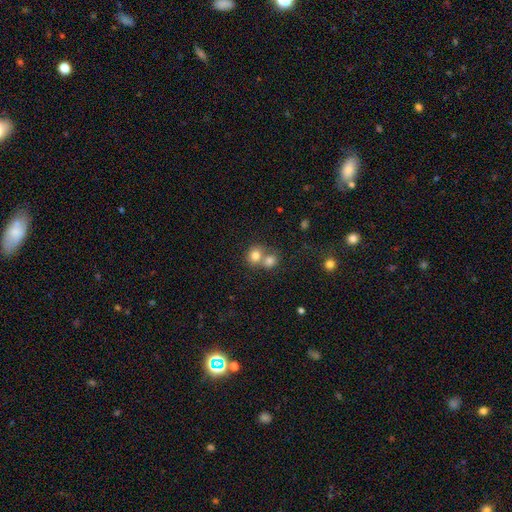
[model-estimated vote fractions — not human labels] Smooth or featured? smooth (79%)
How rounded? round (73%)
Merging? merger (55%)